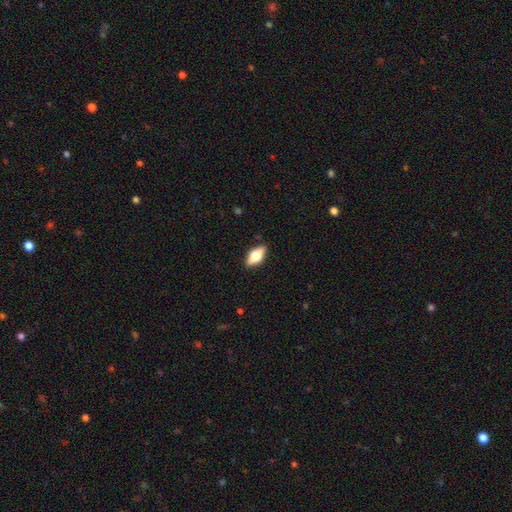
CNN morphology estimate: This appears to be a smooth galaxy with no disk features (59%) that is in between round and cigar-shaped (83%). Merging: none (87%).